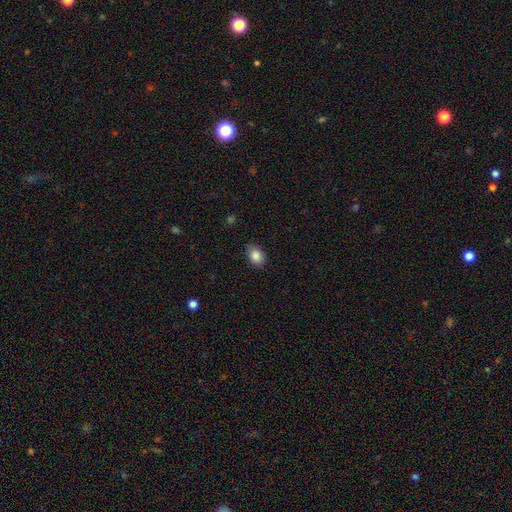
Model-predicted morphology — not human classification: Overall: smooth (87%). How rounded: in between (68%; round 30%). Merging: none (81%).